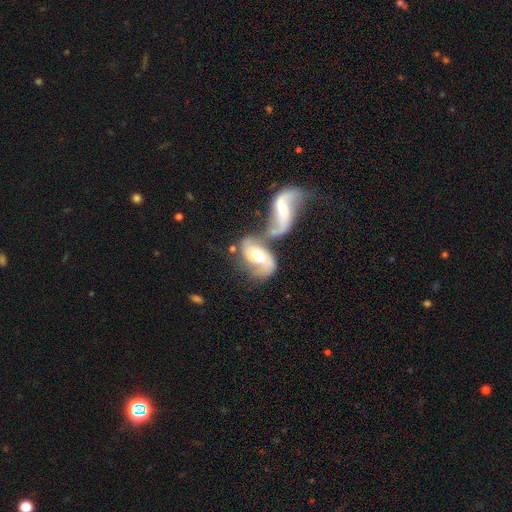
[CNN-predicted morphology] Smooth or featured? Predicted: featured or disk (p=0.73). Edge-on disk? Predicted: no (p=0.95). Bar? Predicted: weak (p=0.42). Spiral arms? Predicted: yes (p=0.88). Spiral winding? Predicted: loose (p=0.58). Spiral arm count? Predicted: 2 (p=0.80). Bulge size? Predicted: moderate (p=0.58). Merging? Predicted: merger (p=0.69).